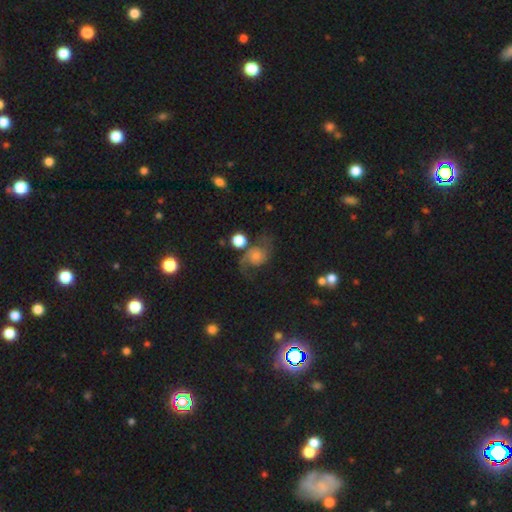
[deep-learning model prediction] smooth_or_featured: featured or disk (p=0.65) [alt: smooth p=0.23]
disk_edge_on: no (p=0.97) [alt: yes p=0.03]
bar: no (p=0.74) [alt: weak p=0.22]
has_spiral_arms: yes (p=0.92) [alt: no p=0.08]
spiral_winding: loose (p=0.55) [alt: medium p=0.36]
spiral_arm_count: 2 (p=0.86) [alt: 1 p=0.07]
bulge_size: small (p=0.47) [alt: moderate p=0.33]
merging: none (p=0.56) [alt: minor disturbance p=0.20]